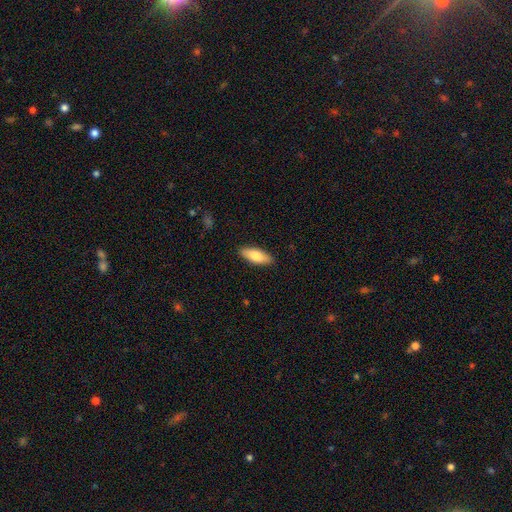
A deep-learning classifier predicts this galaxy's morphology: smooth-or-featured: smooth: 79% | featured or disk: 16% | star or artifact: 5%
  how-rounded: in between: 69% | cigar-shaped: 29% | round: 2%
  merging: none: 88% | minor disturbance: 9% | major disturbance: 2% | merger: 1%